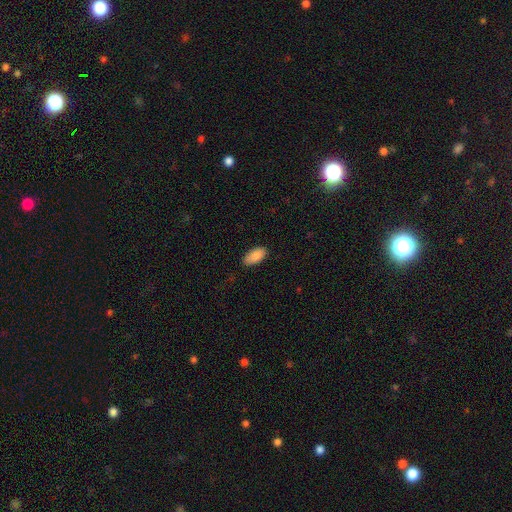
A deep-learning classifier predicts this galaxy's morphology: smooth-or-featured: smooth: 88% | star or artifact: 6% | featured or disk: 6%
  how-rounded: in between: 93% | cigar-shaped: 5% | round: 2%
  merging: none: 83% | minor disturbance: 14% | major disturbance: 2% | merger: 1%